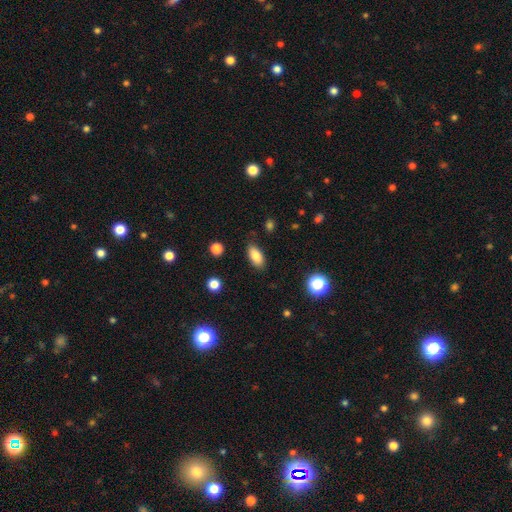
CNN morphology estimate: Smooth or featured? Predicted: smooth (p=0.84). How rounded? Predicted: in between (p=0.89). Merging? Predicted: none (p=0.84).